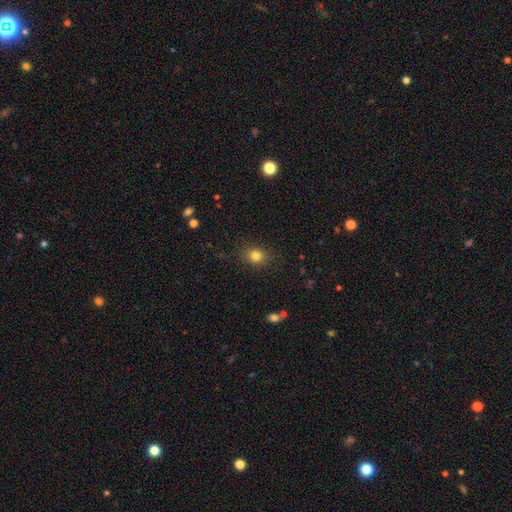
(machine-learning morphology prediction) The model was most divided on "how rounded": round: 61%, in between: 38%, cigar-shaped: 1%. More confident: merging — none (86%); smooth or featured — smooth (82%).